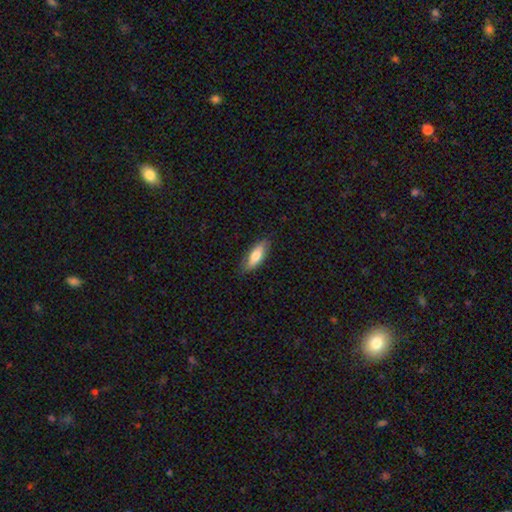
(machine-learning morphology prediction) type=smooth (72%); roundness=in between (61%); merging=none (83%).